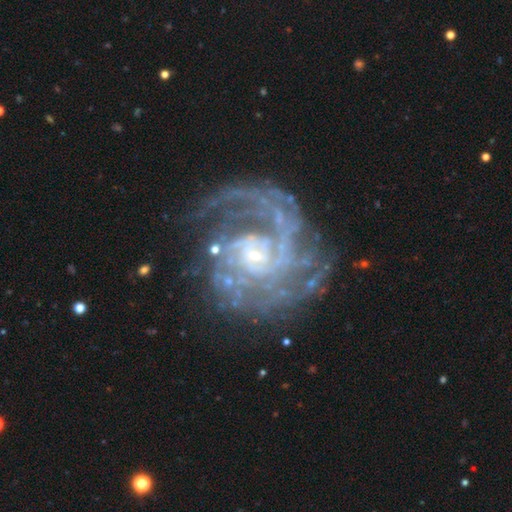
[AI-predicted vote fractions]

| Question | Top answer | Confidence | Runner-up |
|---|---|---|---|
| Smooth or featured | featured or disk | 90% | star or artifact (6%) |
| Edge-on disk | no | 98% | yes (2%) |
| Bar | no | 60% | weak (32%) |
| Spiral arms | yes | 97% | no (3%) |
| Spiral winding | tight | 55% | medium (35%) |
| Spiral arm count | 2 | 32% | can't tell (22%) |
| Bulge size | small | 75% | moderate (17%) |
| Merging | none | 66% | minor disturbance (17%) |